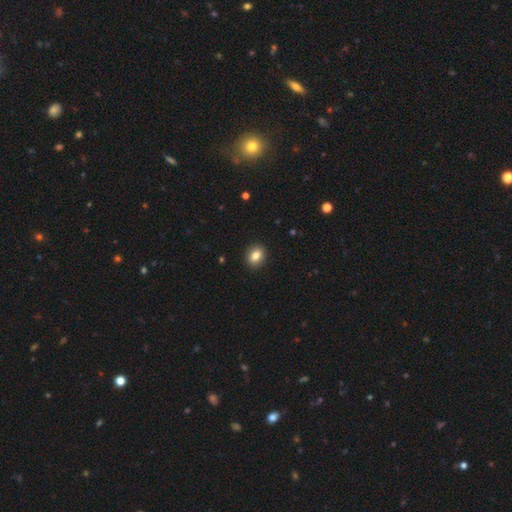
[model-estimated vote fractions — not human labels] Overall: smooth (83%). How rounded: in between (54%; round 45%). Merging: none (91%).